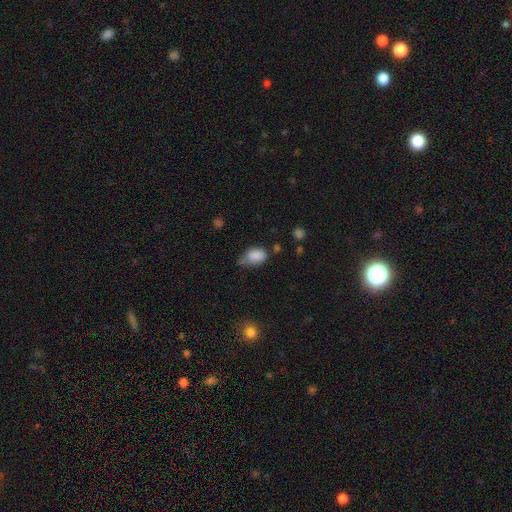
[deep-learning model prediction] Smooth or featured? smooth (85%)
How rounded? in between (81%)
Merging? minor disturbance (43%)